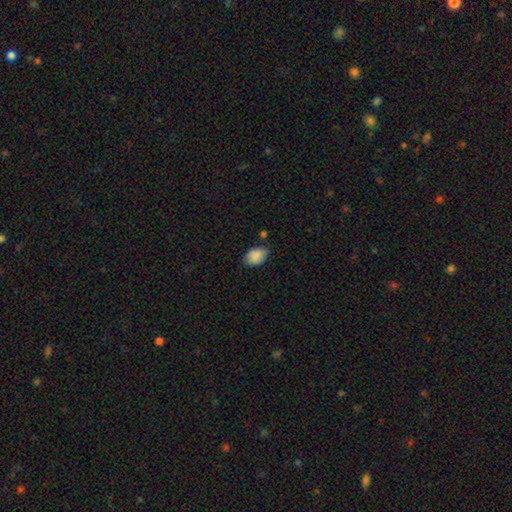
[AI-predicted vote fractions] smooth 88%, star or artifact 8%, featured or disk 4%. Down the decision tree: how rounded — in between (83%); merging — none (69%).